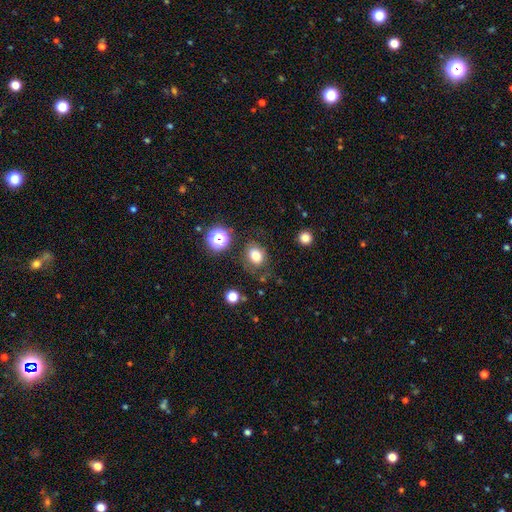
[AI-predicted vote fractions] A smooth galaxy with no disk features (76%) that is in between round and cigar-shaped (52%). Merging: none (73%).